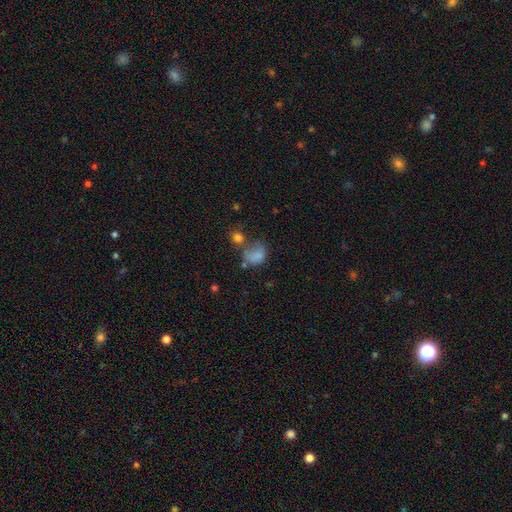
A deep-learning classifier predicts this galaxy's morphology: Smooth or featured? Predicted: smooth (p=0.74). How rounded? Predicted: in between (p=0.59). Merging? Predicted: none (p=0.30).